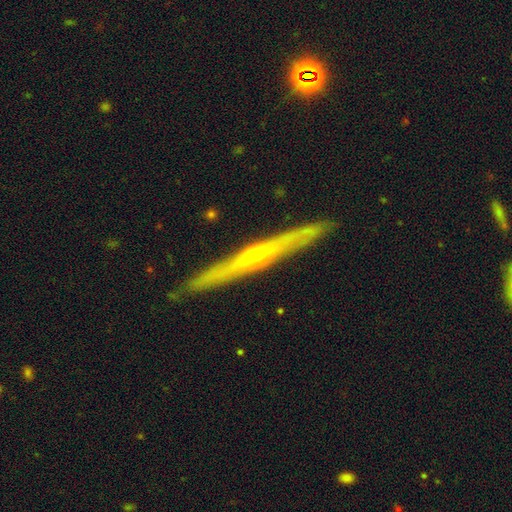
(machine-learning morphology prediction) Q: Smooth or featured?
A: featured or disk (69%); runner-up: smooth (25%)
Q: Edge-on disk?
A: yes (92%); runner-up: no (8%)
Q: Edge-on bulge?
A: rounded (78%); runner-up: none (16%)
Q: Merging?
A: none (84%); runner-up: minor disturbance (10%)